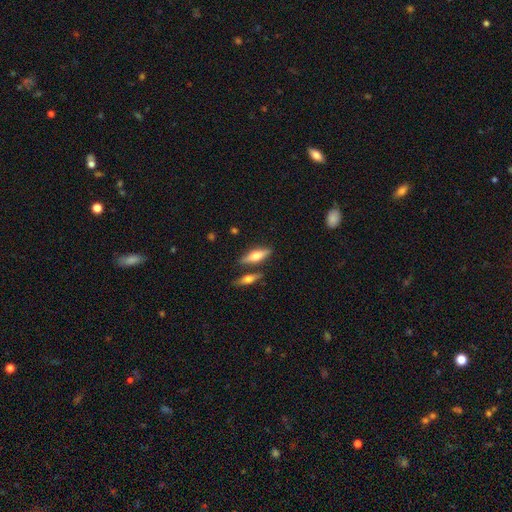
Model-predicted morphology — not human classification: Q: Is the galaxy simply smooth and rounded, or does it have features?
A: smooth — 50%.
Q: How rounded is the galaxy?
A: cigar-shaped — 52%.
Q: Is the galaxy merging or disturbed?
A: none — 72%.